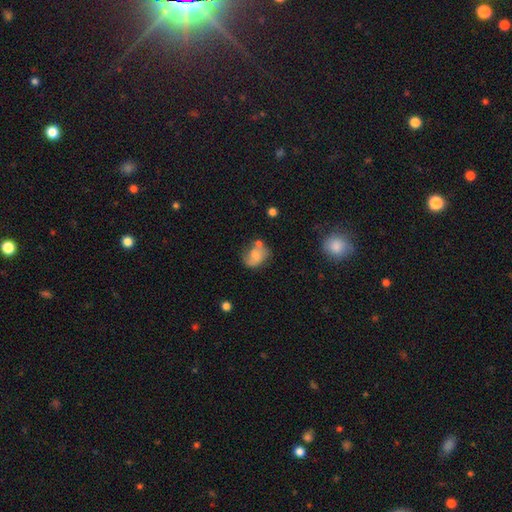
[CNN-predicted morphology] A smooth galaxy with no disk features (56%) that is in between round and cigar-shaped (59%). Merging: none (44%).